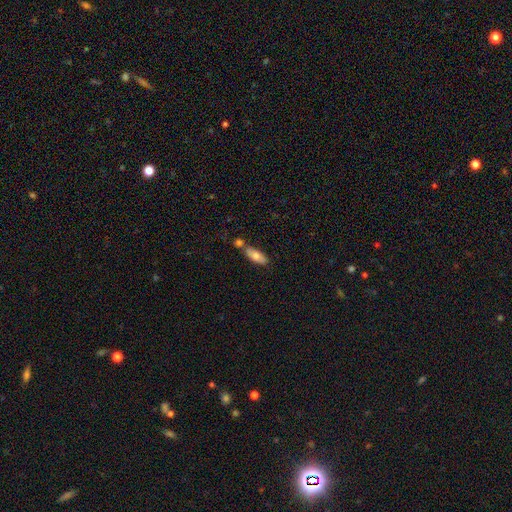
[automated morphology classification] Smooth or featured: smooth — 69% (featured or disk — 24%)
How rounded: in between — 76% (cigar-shaped — 21%)
Merging: none — 58% (merger — 25%)